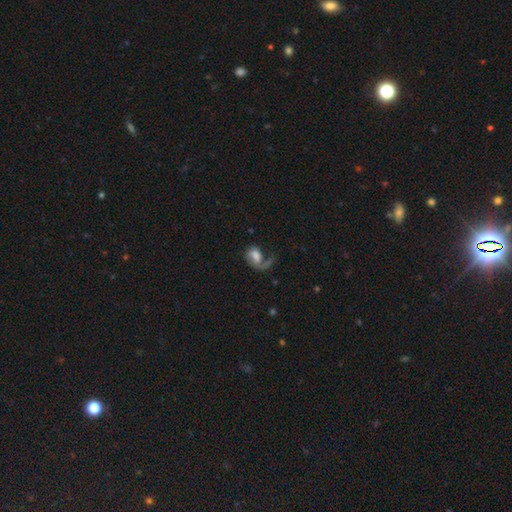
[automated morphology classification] Smooth or featured?
  - featured or disk: 52% *
  - smooth: 39%
  - star or artifact: 9%
Edge-on disk?
  - no: 97% *
  - yes: 3%
Bar?
  - no: 55% *
  - weak: 34%
  - strong: 11%
Spiral arms?
  - yes: 81% *
  - no: 19%
Bulge size?
  - moderate: 30% *
  - large: 26%
  - small: 20%
  - none: 18%
  - dominant: 7%
Merging?
  - major disturbance: 47% *
  - none: 31%
  - minor disturbance: 16%
  - merger: 6%